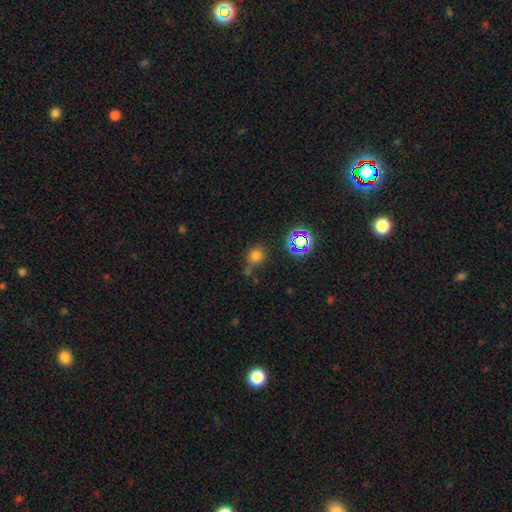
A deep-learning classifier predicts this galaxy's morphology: This is likely a smooth galaxy (70%). How rounded: clearly round (81%). Merging: likely none (64%).